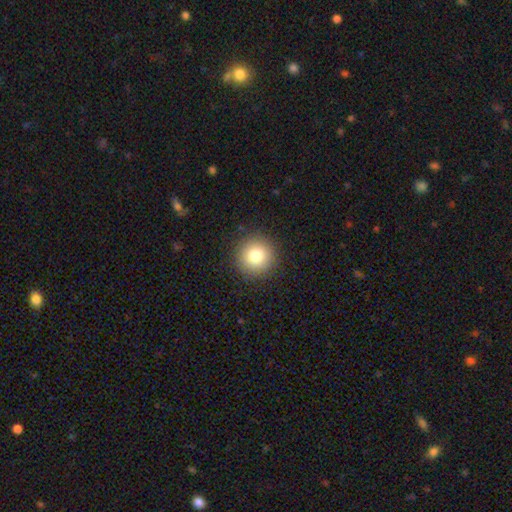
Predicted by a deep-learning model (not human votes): Overall: smooth (80%). How rounded: round (95%). Merging: none (91%).